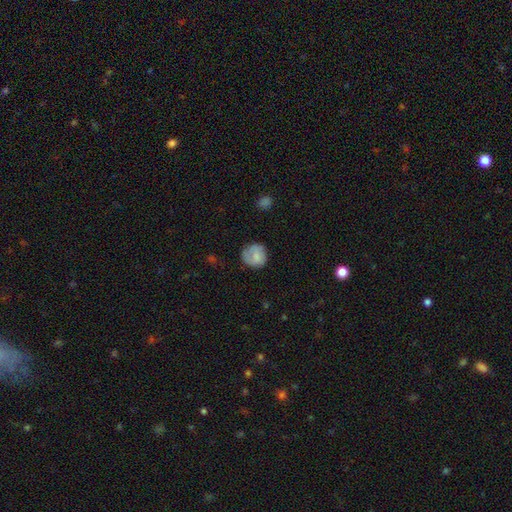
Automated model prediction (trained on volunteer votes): Smooth or featured? Predicted: smooth (p=0.74). How rounded? Predicted: round (p=0.86). Merging? Predicted: none (p=0.67).